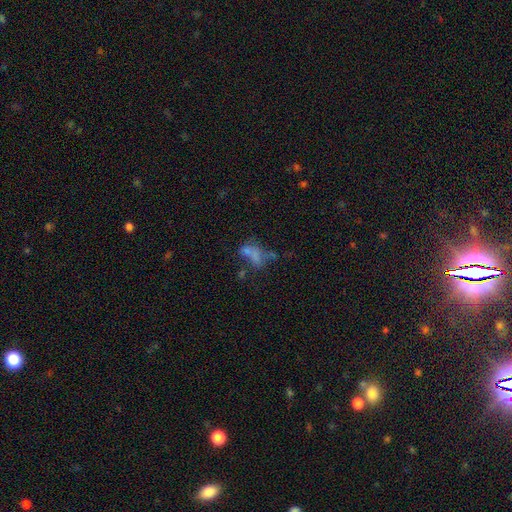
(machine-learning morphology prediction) smooth-or-featured: smooth: 44% | featured or disk: 33% | star or artifact: 22%
  merging: merger: 32% | none: 30% | major disturbance: 23% | minor disturbance: 15%